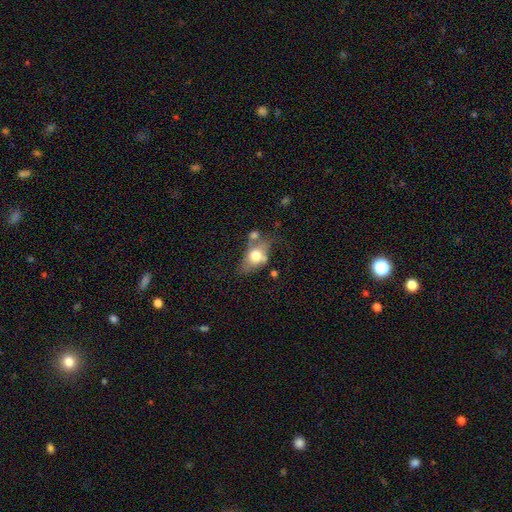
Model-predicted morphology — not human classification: smooth-or-featured: smooth: 63% | featured or disk: 29% | star or artifact: 8%
  how-rounded: in between: 78% | round: 18% | cigar-shaped: 3%
  merging: none: 39% | minor disturbance: 24% | merger: 23% | major disturbance: 15%